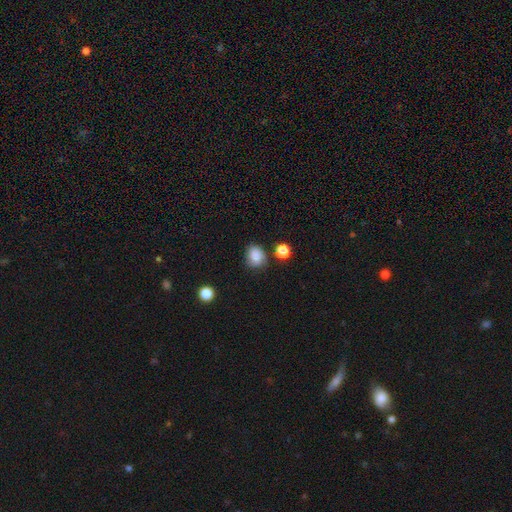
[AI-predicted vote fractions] This is clearly a smooth galaxy (83%). How rounded: likely round (63%). Merging: likely none (69%).